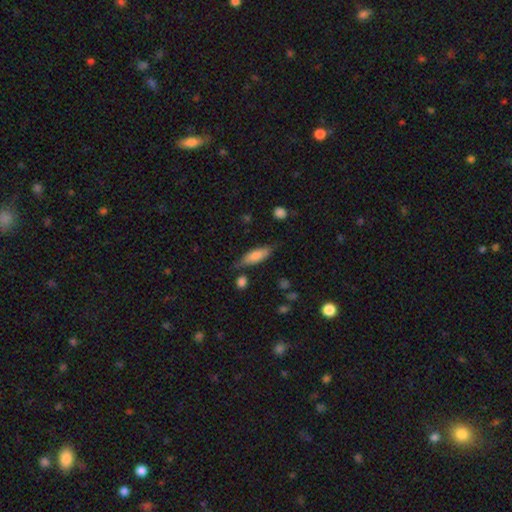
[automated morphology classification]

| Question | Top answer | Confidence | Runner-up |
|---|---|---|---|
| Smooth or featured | smooth | 73% | featured or disk (21%) |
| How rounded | in between | 53% | cigar-shaped (44%) |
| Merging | none | 68% | minor disturbance (22%) |